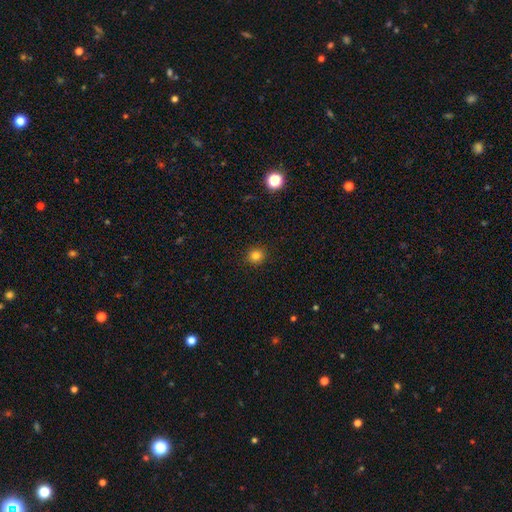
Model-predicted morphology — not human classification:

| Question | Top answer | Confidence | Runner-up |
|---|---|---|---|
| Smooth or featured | smooth | 82% | star or artifact (13%) |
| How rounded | round | 89% | in between (10%) |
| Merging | none | 91% | minor disturbance (6%) |